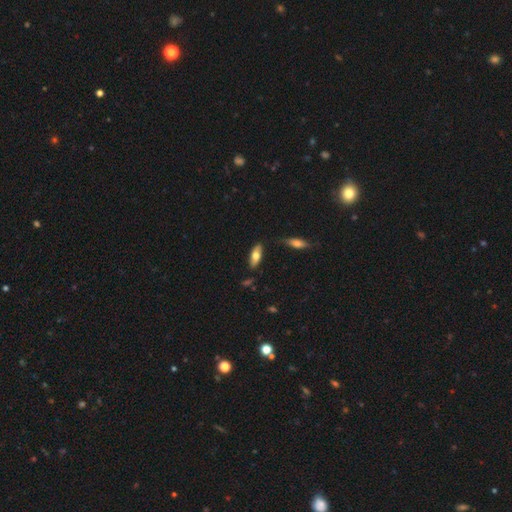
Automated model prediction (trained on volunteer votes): Smooth or featured? smooth (67%)
How rounded? in between (75%)
Merging? none (79%)